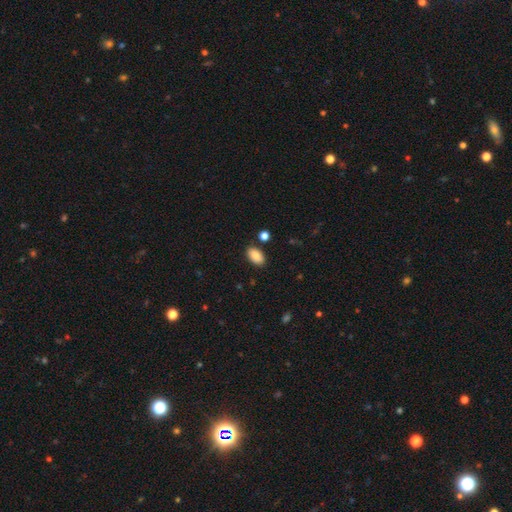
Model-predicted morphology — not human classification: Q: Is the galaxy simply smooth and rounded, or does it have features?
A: smooth — 89%.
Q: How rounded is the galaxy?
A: in between — 93%.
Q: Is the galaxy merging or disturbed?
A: none — 85%.